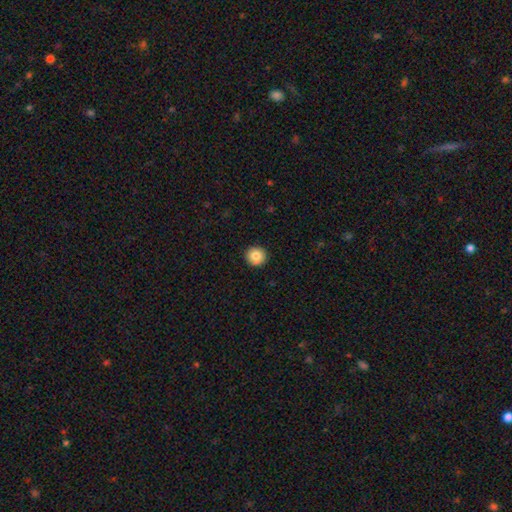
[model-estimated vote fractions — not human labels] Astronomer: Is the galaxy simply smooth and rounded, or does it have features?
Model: smooth — 83%.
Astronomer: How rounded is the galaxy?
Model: round — 95%.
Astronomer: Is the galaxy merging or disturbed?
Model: none — 92%.